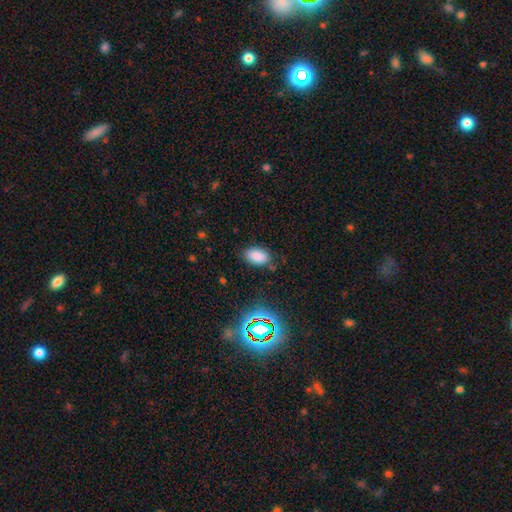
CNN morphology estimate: This is clearly a smooth galaxy (82%). How rounded: clearly in between (91%). Merging: likely none (78%).